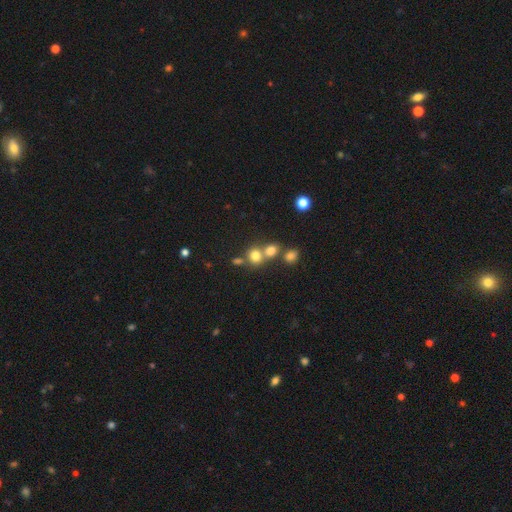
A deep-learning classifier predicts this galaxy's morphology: Q: Smooth or featured?
A: smooth (75%); runner-up: star or artifact (16%)
Q: How rounded?
A: round (81%); runner-up: in between (18%)
Q: Merging?
A: none (50%); runner-up: merger (39%)